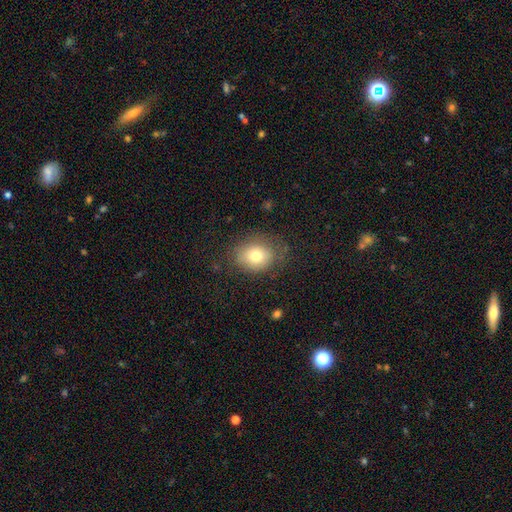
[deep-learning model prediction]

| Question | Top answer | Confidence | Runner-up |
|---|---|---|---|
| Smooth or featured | smooth | 76% | featured or disk (13%) |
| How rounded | round | 51% | in between (48%) |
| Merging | none | 75% | minor disturbance (17%) |